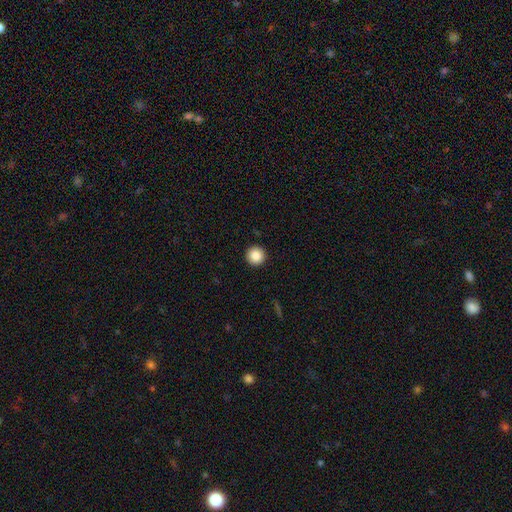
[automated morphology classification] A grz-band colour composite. It shows a smooth galaxy with no disk features (86%) that is round (96%). Merging: none (94%).